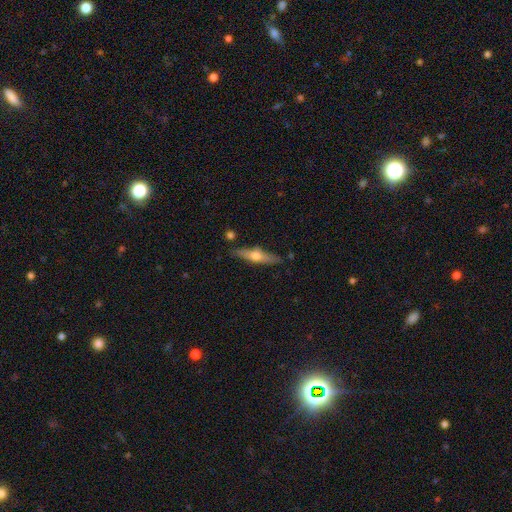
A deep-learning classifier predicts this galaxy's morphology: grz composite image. It shows a featured or disk galaxy (55%) viewed edge-on (93%) with a rounded central bulge (92%). Merging: none (82%).